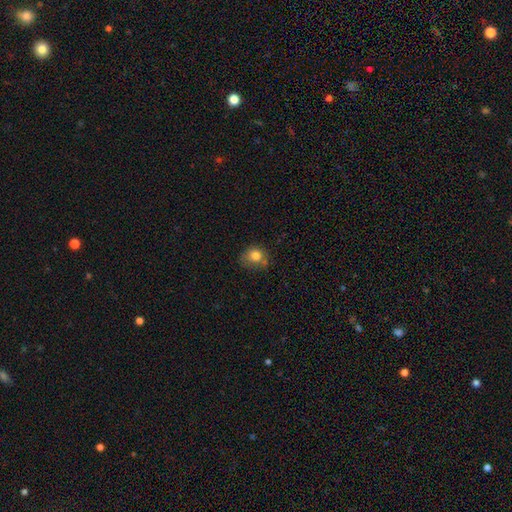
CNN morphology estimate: This is likely a smooth galaxy (78%). How rounded: likely round (65%). Merging: possibly none (55%).